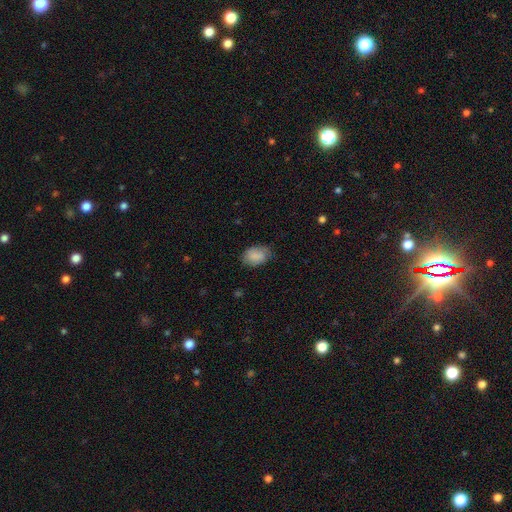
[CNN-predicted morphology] This is clearly a smooth galaxy (84%). How rounded: clearly in between (81%). Merging: likely none (71%).